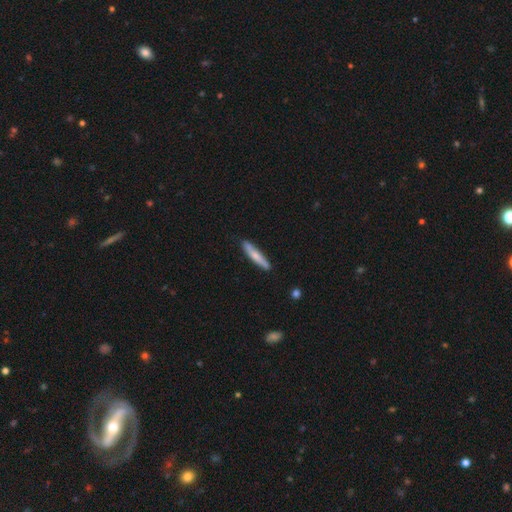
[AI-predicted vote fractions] smooth-or-featured: smooth: 65% | featured or disk: 30% | star or artifact: 5%
  how-rounded: cigar-shaped: 91% | in between: 8% | round: 1%
  merging: none: 86% | minor disturbance: 11% | major disturbance: 2% | merger: 2%